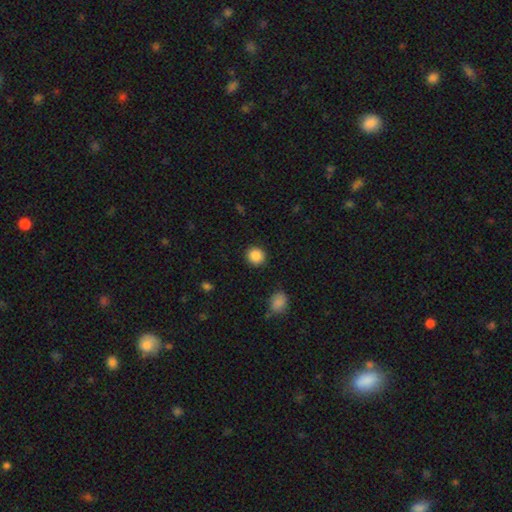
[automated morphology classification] type=smooth (88%); roundness=round (88%); merging=none (91%).